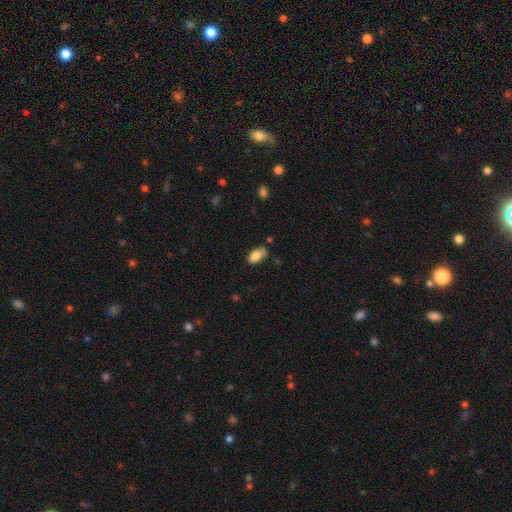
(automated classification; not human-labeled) smooth 80%, featured or disk 12%, star or artifact 8%. Down the decision tree: how rounded — in between (92%); merging — none (58%).